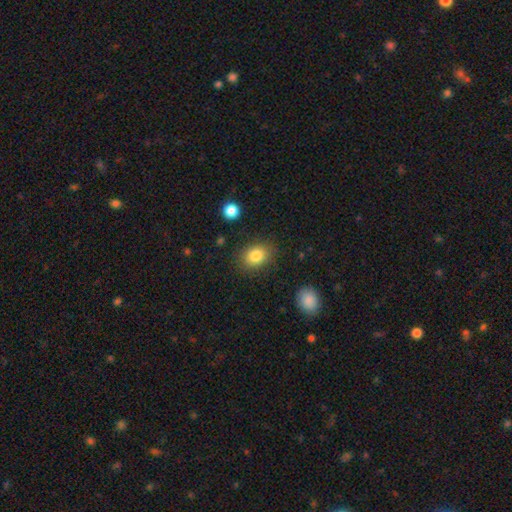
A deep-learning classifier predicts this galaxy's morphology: This appears to be a smooth galaxy with no disk features (83%) that is in between round and cigar-shaped (63%). Merging: none (83%).